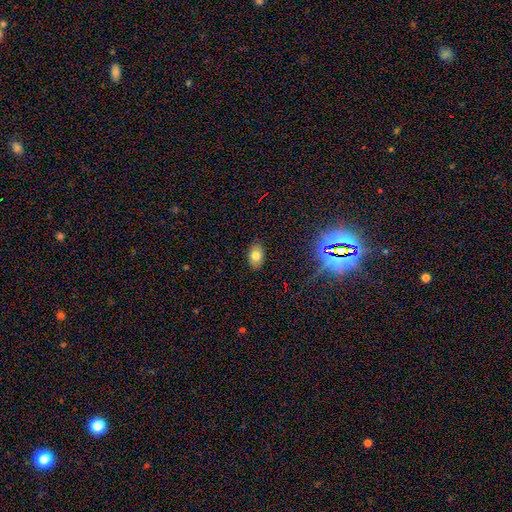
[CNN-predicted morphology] smooth 77%, star or artifact 13%, featured or disk 10%. Down the decision tree: how rounded — in between (82%); merging — none (86%).